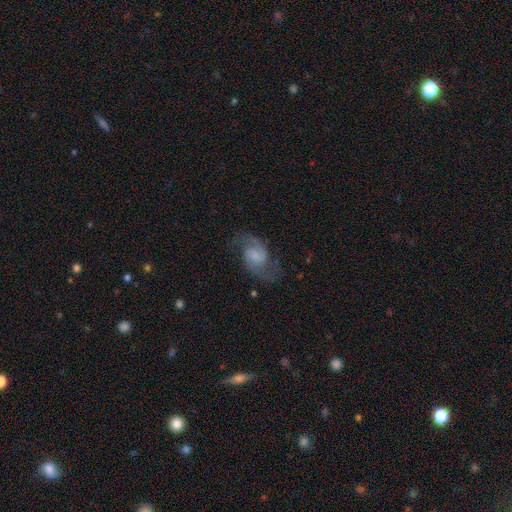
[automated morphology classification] Q: Smooth or featured?
A: featured or disk (82%); runner-up: smooth (11%)
Q: Edge-on disk?
A: no (98%); runner-up: yes (2%)
Q: Bar?
A: weak (47%); runner-up: no (44%)
Q: Spiral arms?
A: yes (96%); runner-up: no (4%)
Q: Spiral winding?
A: medium (52%); runner-up: loose (34%)
Q: Spiral arm count?
A: 2 (92%); runner-up: can't tell (3%)
Q: Bulge size?
A: none (38%); runner-up: small (31%)
Q: Merging?
A: none (75%); runner-up: minor disturbance (15%)